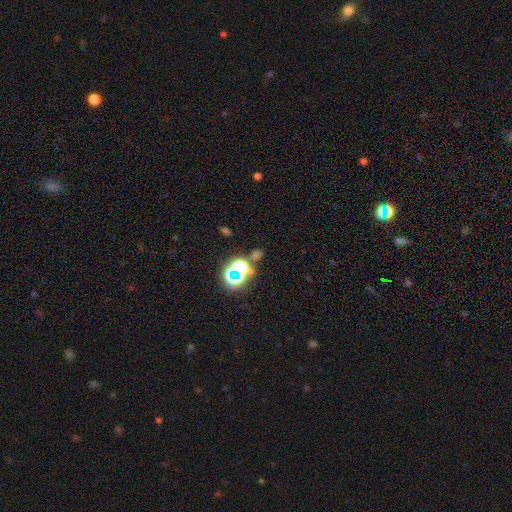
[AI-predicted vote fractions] Smooth or featured?
  - star or artifact: 58% *
  - smooth: 33%
  - featured or disk: 9%